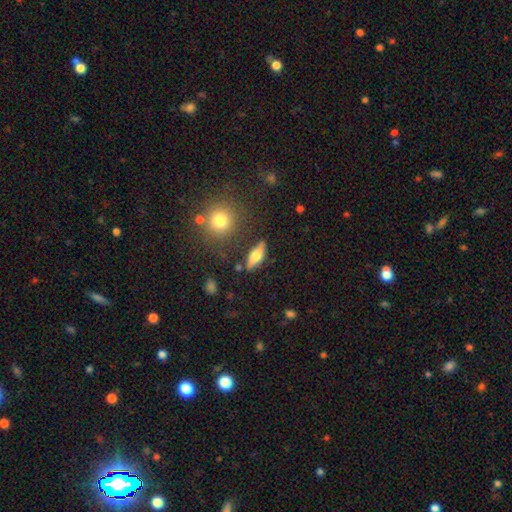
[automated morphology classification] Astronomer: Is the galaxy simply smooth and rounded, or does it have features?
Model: smooth — 49% (runner-up: featured or disk, 43%).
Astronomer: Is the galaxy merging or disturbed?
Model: none — 80%.